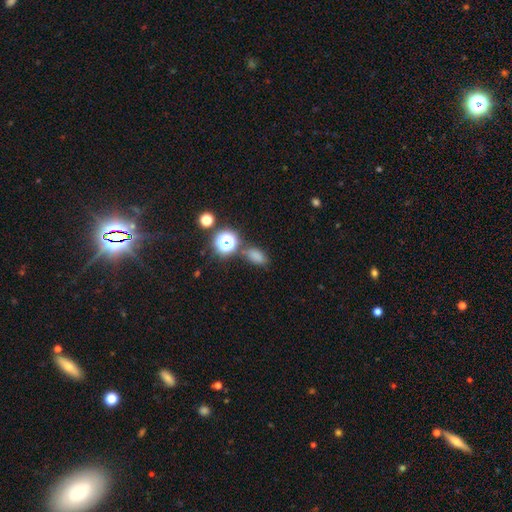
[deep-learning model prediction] Smooth or featured? Predicted: smooth (p=0.74). How rounded? Predicted: in between (p=0.78). Merging? Predicted: none (p=0.71).